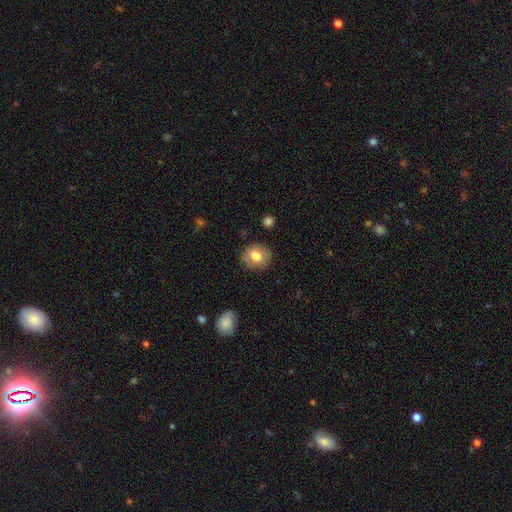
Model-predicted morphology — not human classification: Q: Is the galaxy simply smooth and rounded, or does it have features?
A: smooth — 76%.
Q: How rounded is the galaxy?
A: round — 73%.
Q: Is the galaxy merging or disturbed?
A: none — 86%.